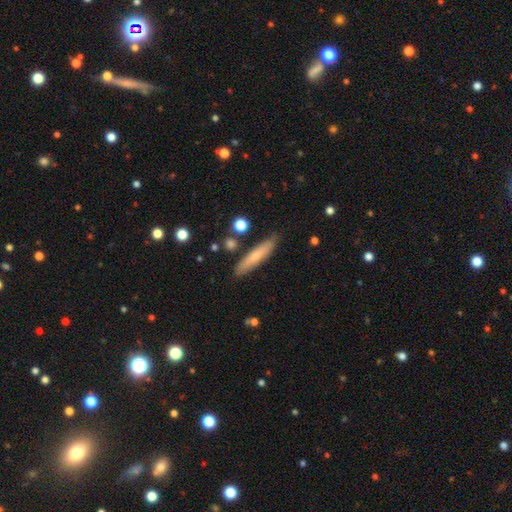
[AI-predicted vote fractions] Smooth or featured? Predicted: smooth (p=0.64). How rounded? Predicted: cigar-shaped (p=0.90). Merging? Predicted: none (p=0.84).